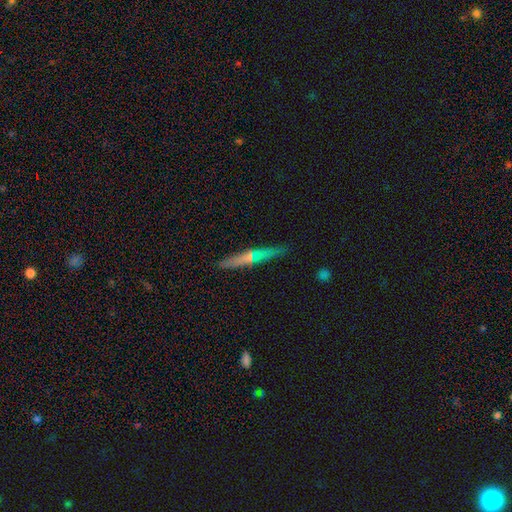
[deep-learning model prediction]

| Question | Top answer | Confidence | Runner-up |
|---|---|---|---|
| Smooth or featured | featured or disk | 51% | smooth (42%) |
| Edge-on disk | yes | 94% | no (6%) |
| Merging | none | 87% | minor disturbance (9%) |